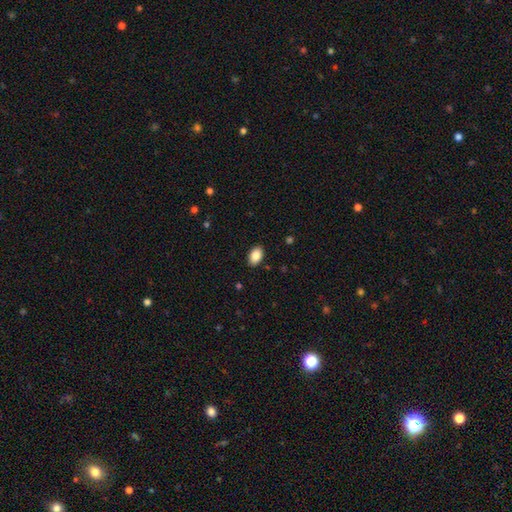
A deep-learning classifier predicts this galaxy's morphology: Smooth or featured? Predicted: smooth (p=0.87). How rounded? Predicted: in between (p=0.90). Merging? Predicted: none (p=0.89).